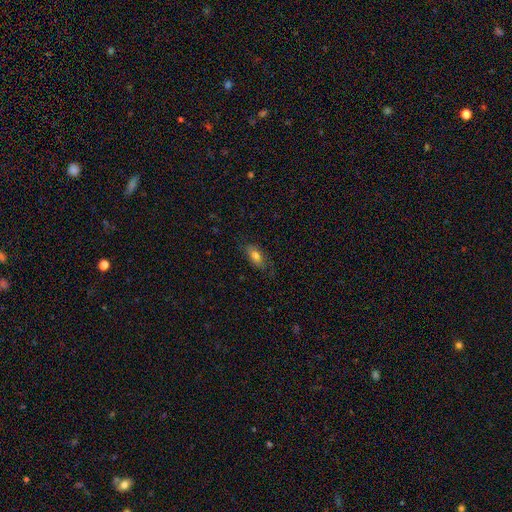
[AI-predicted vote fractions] A smooth galaxy with no disk features (73%) that is in between round and cigar-shaped (86%). Merging: none (74%).